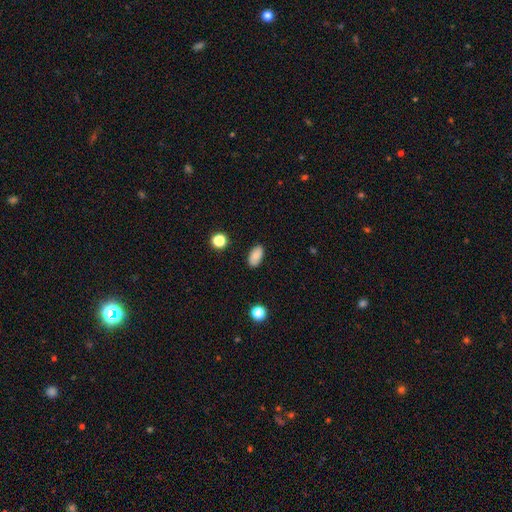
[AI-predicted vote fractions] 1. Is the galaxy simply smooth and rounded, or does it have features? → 86% smooth, 9% star or artifact, 5% featured or disk.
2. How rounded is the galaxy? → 92% in between, 4% round, 3% cigar-shaped.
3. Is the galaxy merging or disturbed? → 87% none, 9% minor disturbance, 2% major disturbance, 1% merger.